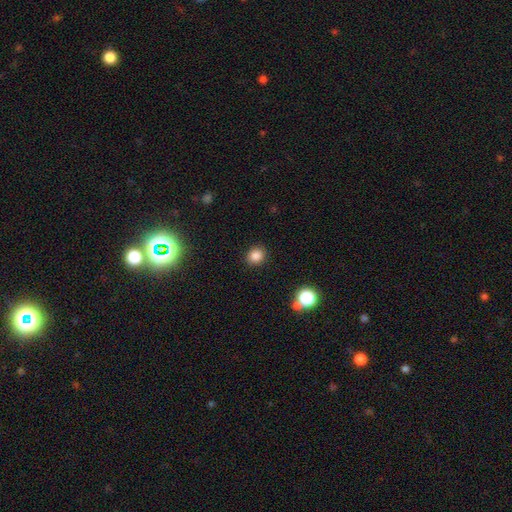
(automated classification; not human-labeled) Smooth or featured? Predicted: smooth (p=0.84). How rounded? Predicted: round (p=0.76). Merging? Predicted: none (p=0.89).